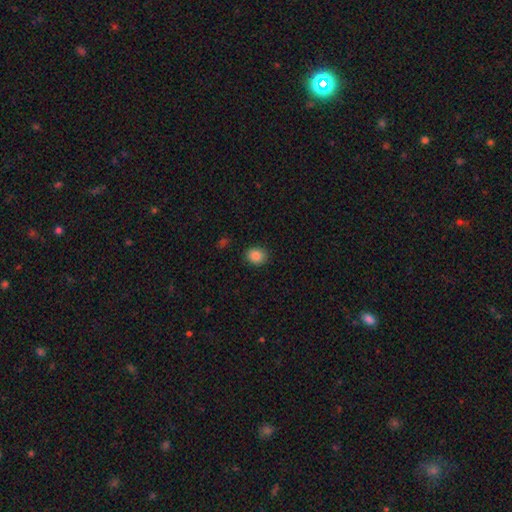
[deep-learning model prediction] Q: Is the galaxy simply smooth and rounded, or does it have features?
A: smooth — 86%.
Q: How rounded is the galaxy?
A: round — 66%.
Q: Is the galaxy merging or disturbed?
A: none — 89%.